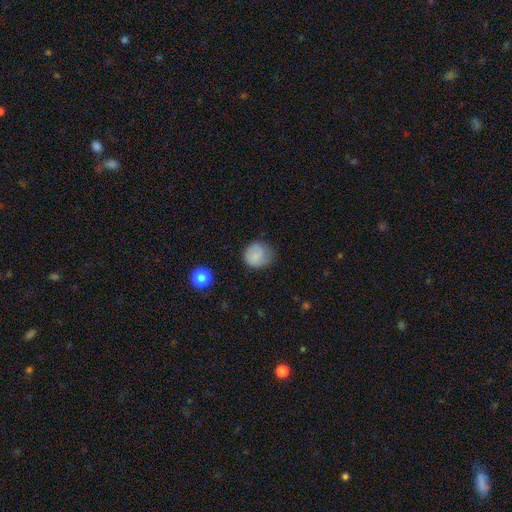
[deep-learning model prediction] smooth 82%, featured or disk 9%, star or artifact 9%. Down the decision tree: how rounded — round (83%); merging — none (62%).